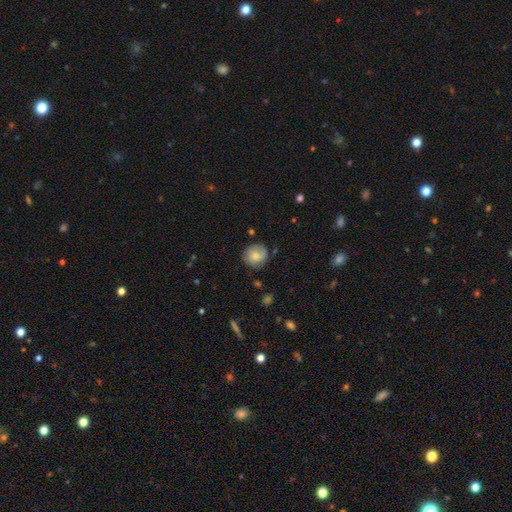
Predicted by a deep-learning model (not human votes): The model was most divided on "smooth or featured": smooth: 70%, featured or disk: 22%, star or artifact: 8%. More confident: how rounded — round (87%); merging — none (75%).